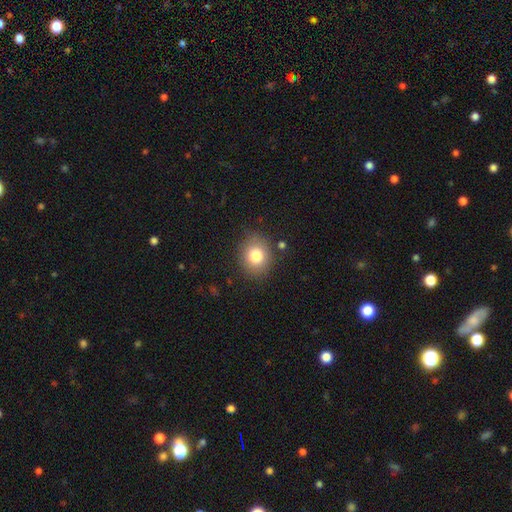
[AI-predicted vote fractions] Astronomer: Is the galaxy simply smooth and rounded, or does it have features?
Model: smooth — 80%.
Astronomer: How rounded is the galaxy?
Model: round — 74%.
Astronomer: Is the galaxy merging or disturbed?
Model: none — 84%.